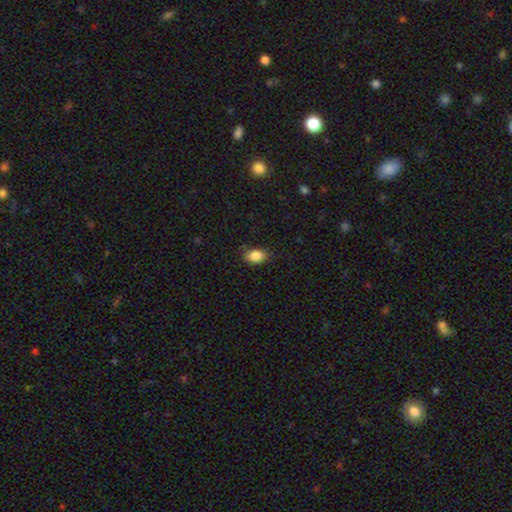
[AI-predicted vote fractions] This is clearly a smooth galaxy (85%). How rounded: likely in between (80%). Merging: likely none (78%).